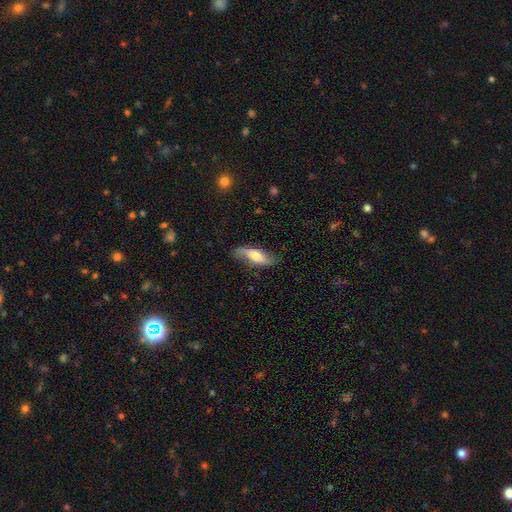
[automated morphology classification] featured or disk 48%, smooth 46%, star or artifact 7%. Down the decision tree: merging — none (69%).